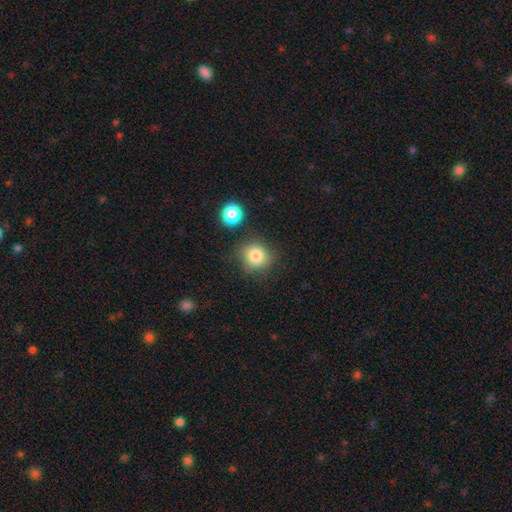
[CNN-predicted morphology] This appears to be a smooth galaxy with no disk features (83%) that is round (85%). Merging: none (77%).